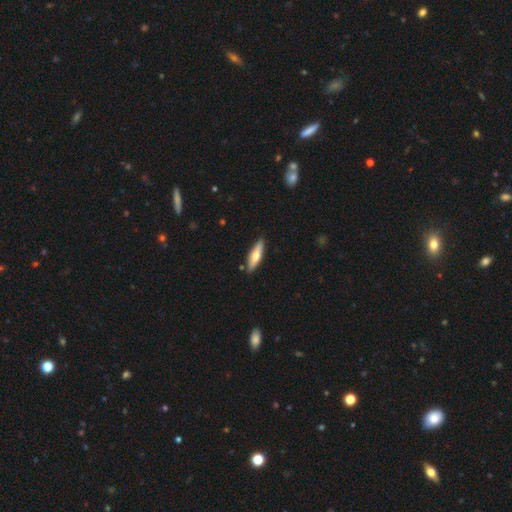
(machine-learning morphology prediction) Smooth or featured?
  - smooth: 59% *
  - featured or disk: 36%
  - star or artifact: 5%
How rounded?
  - cigar-shaped: 64% *
  - in between: 34%
  - round: 2%
Merging?
  - none: 88% *
  - minor disturbance: 9%
  - major disturbance: 2%
  - merger: 2%